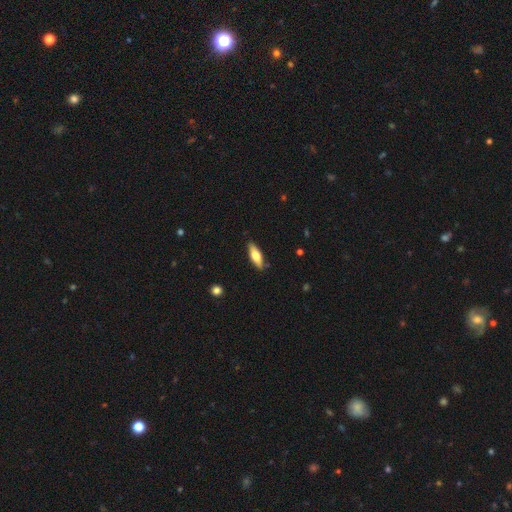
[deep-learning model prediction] Smooth or featured?
  - smooth: 65% *
  - featured or disk: 29%
  - star or artifact: 6%
How rounded?
  - in between: 58% *
  - cigar-shaped: 40%
  - round: 2%
Merging?
  - none: 86% *
  - minor disturbance: 11%
  - major disturbance: 2%
  - merger: 1%